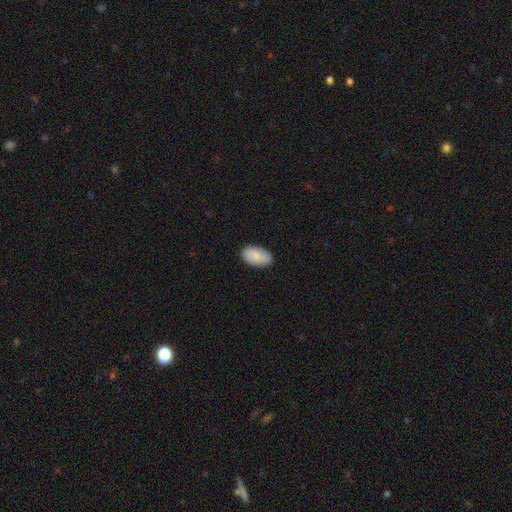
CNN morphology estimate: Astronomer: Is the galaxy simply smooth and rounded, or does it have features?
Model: smooth — 76%.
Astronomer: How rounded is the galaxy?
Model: in between — 94%.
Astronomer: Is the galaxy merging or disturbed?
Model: none — 86%.